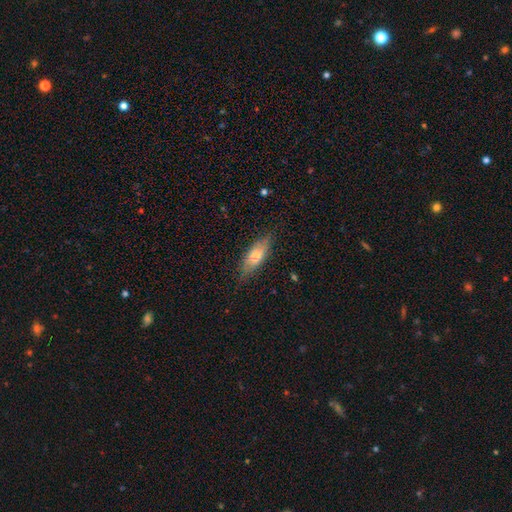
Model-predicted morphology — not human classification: Overall: smooth (70%). How rounded: in between (64%; cigar-shaped 34%). Merging: none (76%).